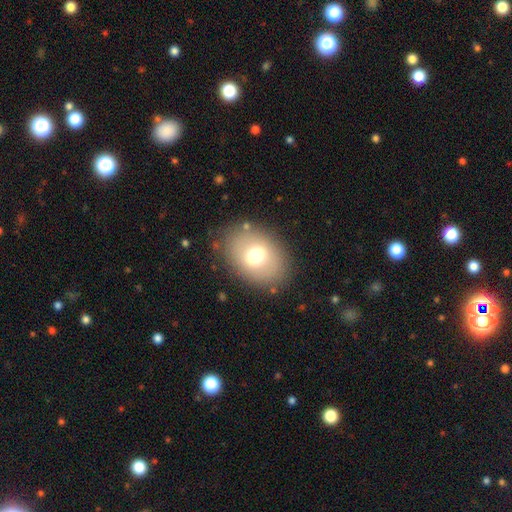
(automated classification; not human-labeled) Smooth or featured?
  - smooth: 66% *
  - featured or disk: 25%
  - star or artifact: 10%
How rounded?
  - in between: 72% *
  - round: 27%
  - cigar-shaped: 1%
Merging?
  - none: 82% *
  - minor disturbance: 11%
  - major disturbance: 5%
  - merger: 2%